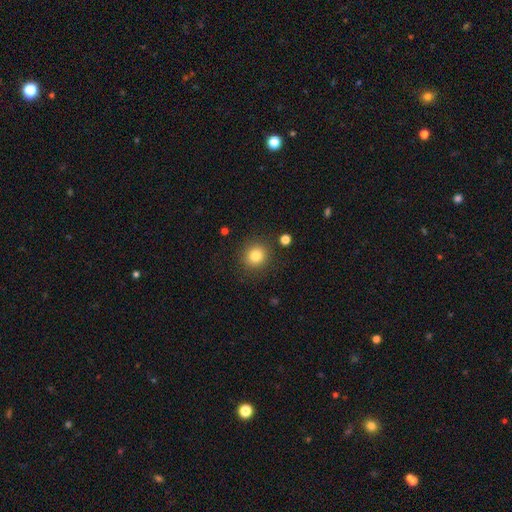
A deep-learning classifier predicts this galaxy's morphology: smooth-or-featured: smooth: 81% | star or artifact: 12% | featured or disk: 7%
  how-rounded: round: 89% | in between: 10% | cigar-shaped: 1%
  merging: none: 87% | minor disturbance: 8% | major disturbance: 3% | merger: 2%